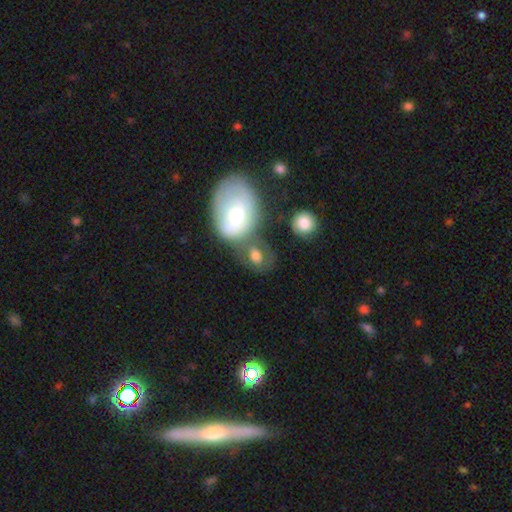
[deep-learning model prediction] Smooth or featured?
  - smooth: 63% *
  - featured or disk: 27%
  - star or artifact: 10%
How rounded?
  - in between: 59% *
  - round: 39%
  - cigar-shaped: 2%
Merging?
  - none: 41% *
  - merger: 29%
  - minor disturbance: 17%
  - major disturbance: 13%